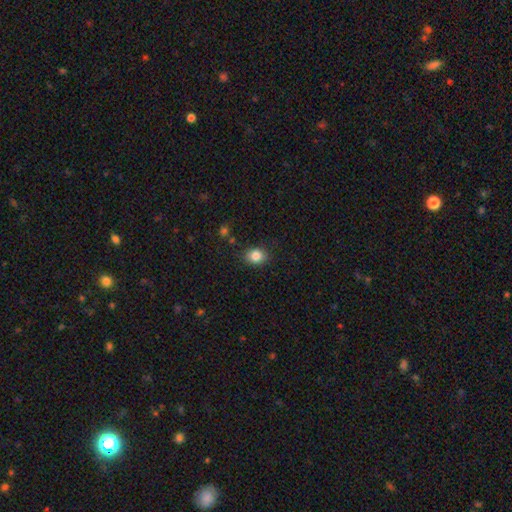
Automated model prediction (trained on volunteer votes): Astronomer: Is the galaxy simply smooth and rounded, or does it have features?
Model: smooth — 84%.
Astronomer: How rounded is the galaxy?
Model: round — 53% (runner-up: in between, 46%).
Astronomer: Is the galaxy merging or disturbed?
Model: none — 85%.